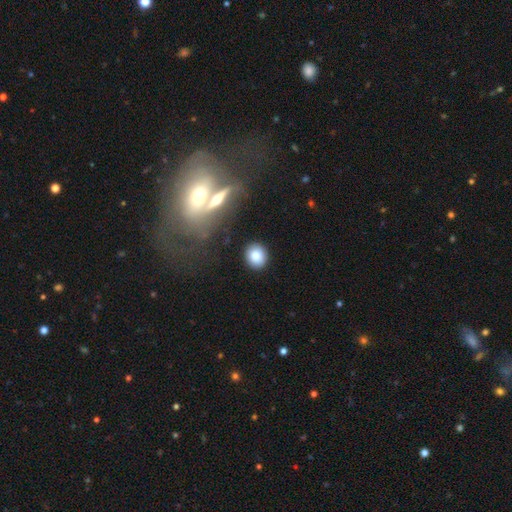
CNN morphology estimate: Smooth or featured: smooth — 80% (featured or disk — 10%)
How rounded: round — 77% (in between — 22%)
Merging: none — 90% (minor disturbance — 6%)